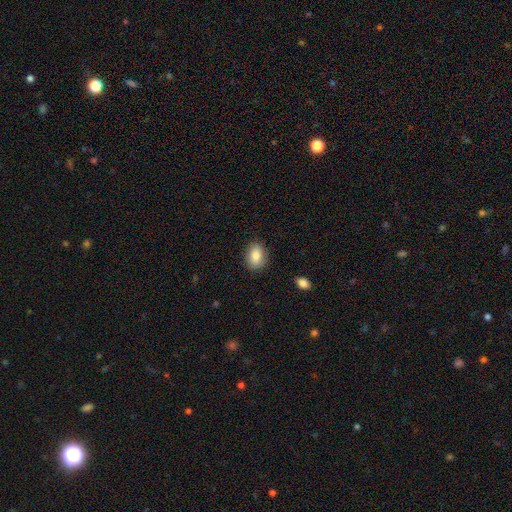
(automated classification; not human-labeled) The model was most divided on "how rounded": in between: 73%, round: 26%, cigar-shaped: 1%. More confident: merging — none (85%); smooth or featured — smooth (83%).